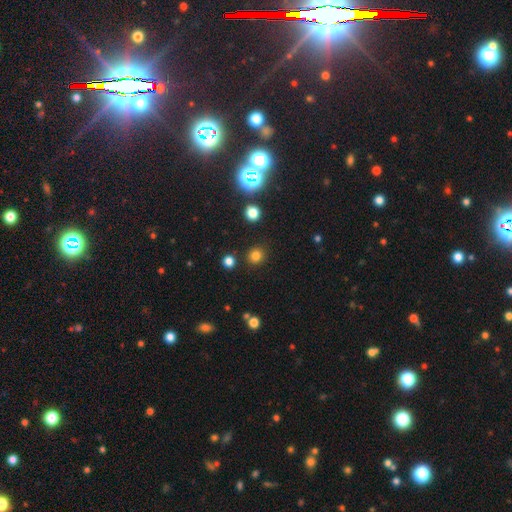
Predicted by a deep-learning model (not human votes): Overall: smooth (78%). How rounded: round (88%). Merging: none (89%).